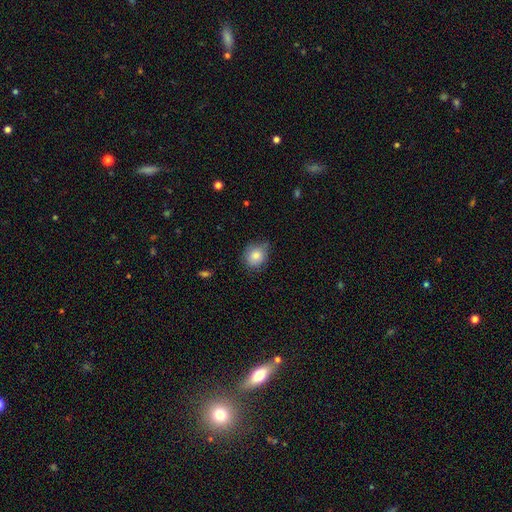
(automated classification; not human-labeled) This appears to be a smooth galaxy with no disk features (83%) that is round (76%). Merging: none (67%).